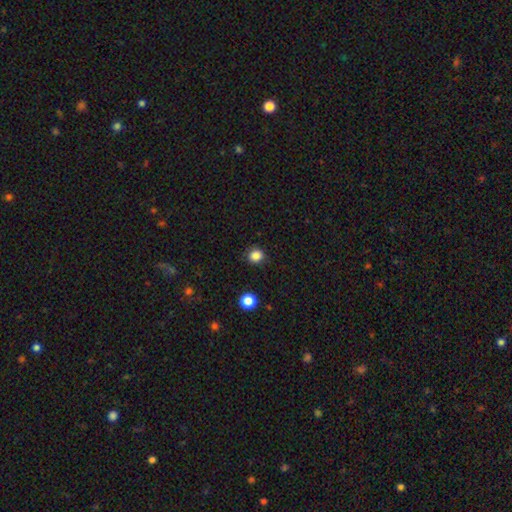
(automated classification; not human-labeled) Smooth or featured: smooth — 84% (star or artifact — 12%)
How rounded: round — 84% (in between — 15%)
Merging: none — 89% (minor disturbance — 8%)